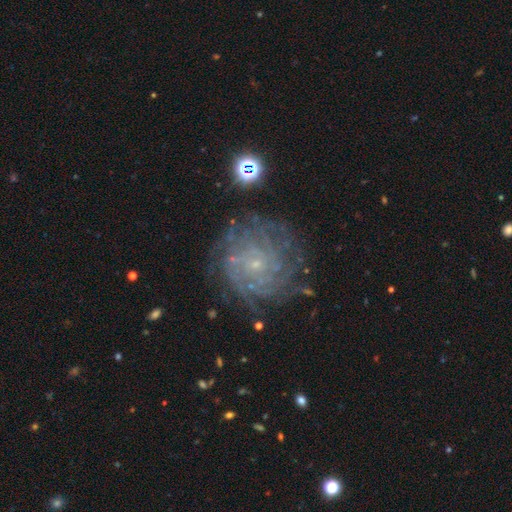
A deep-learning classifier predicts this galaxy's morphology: This is likely a featured or disk galaxy (72%). It is clearly not viewed edge-on (97%). Bar: likely no (77%). Spiral arm pattern: clearly yes (89%). Spiral arm count: possibly can't tell (48%). Spiral winding: likely tight (77%). Central bulge: clearly small (85%). Merging: likely none (78%).